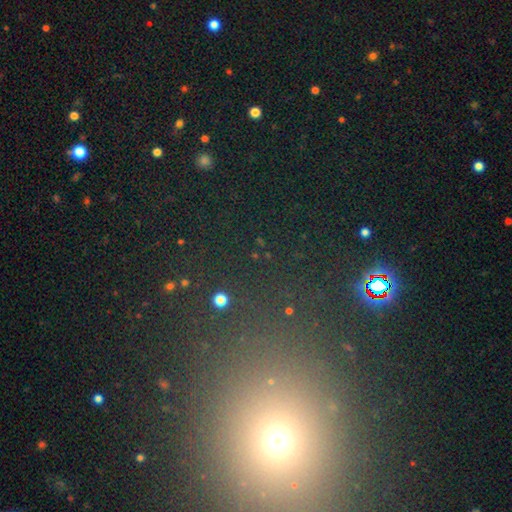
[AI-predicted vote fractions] A star or artifact, not a galaxy (62%).

Vote fractions:
- Smooth or featured? star or artifact: 62% / smooth: 29% / featured or disk: 9%